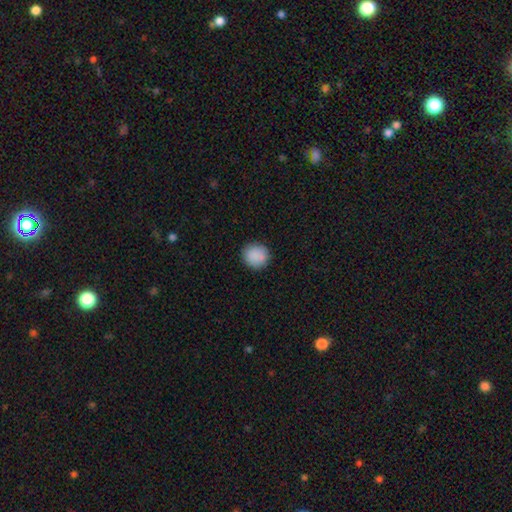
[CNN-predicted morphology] Q: Smooth or featured?
A: smooth (89%); runner-up: star or artifact (8%)
Q: How rounded?
A: round (89%); runner-up: in between (10%)
Q: Merging?
A: none (90%); runner-up: minor disturbance (7%)